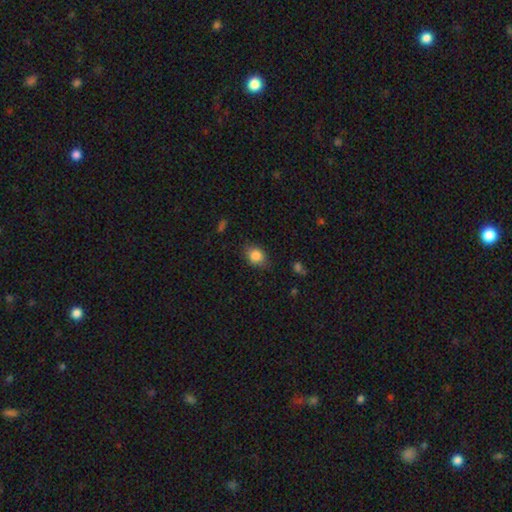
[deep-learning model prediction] Morphology: type=smooth (84%); roundness=in between (57%); merging=none (77%).